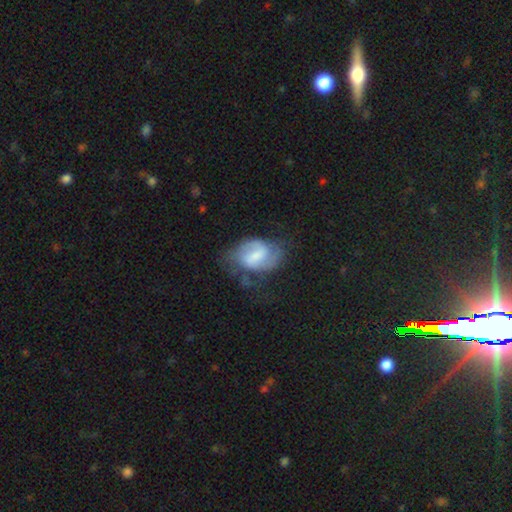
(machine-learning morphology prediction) The model was most divided on "bulge size" (2-way tie): moderate: 33%, small: 33%, none: 19%, large: 14%, dominant: 2%. Remaining: edge-on disk — no (97%); spiral arms — yes (84%); spiral arm count — 2 (67%); smooth or featured — featured or disk (63%); bar — weak (53%); spiral winding — medium (47%); merging — none (44%).